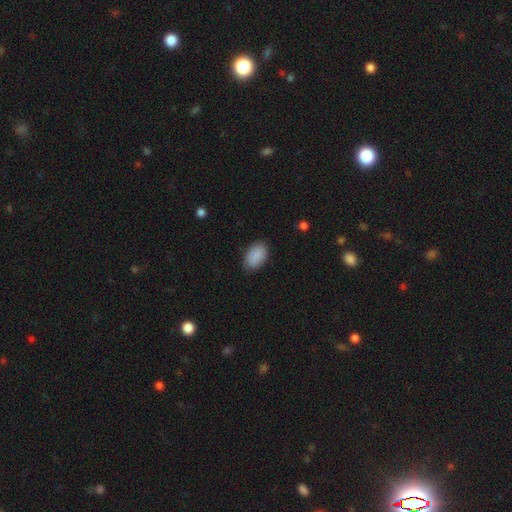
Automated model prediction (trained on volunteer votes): This appears to be a smooth galaxy with no disk features (89%) that is in between round and cigar-shaped (92%). Merging: none (85%).